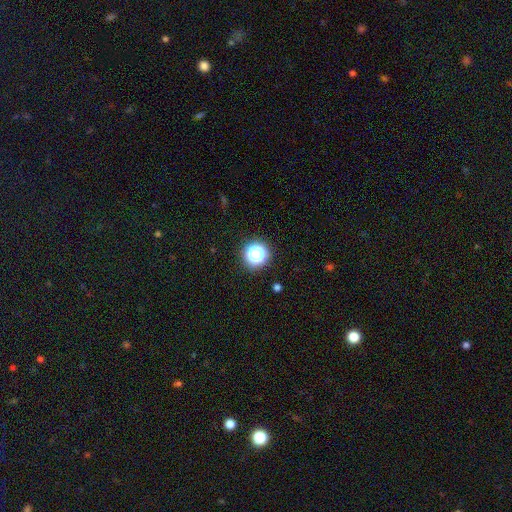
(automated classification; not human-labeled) Smooth or featured?
  - smooth: 47% *
  - star or artifact: 44%
  - featured or disk: 9%
Merging?
  - none: 80% *
  - minor disturbance: 10%
  - major disturbance: 6%
  - merger: 4%